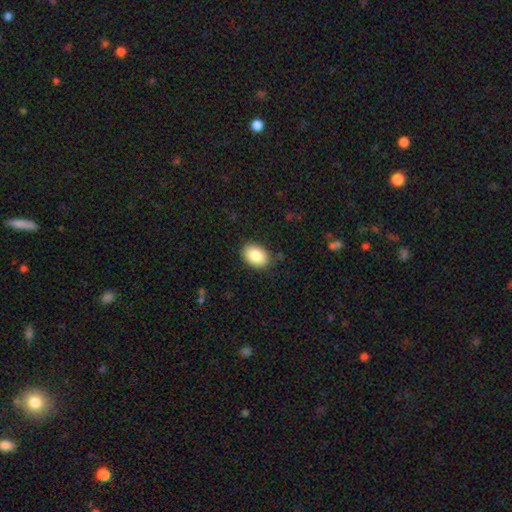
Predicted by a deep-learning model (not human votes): A smooth galaxy with no disk features (88%) that is in between round and cigar-shaped (83%). Merging: none (83%).